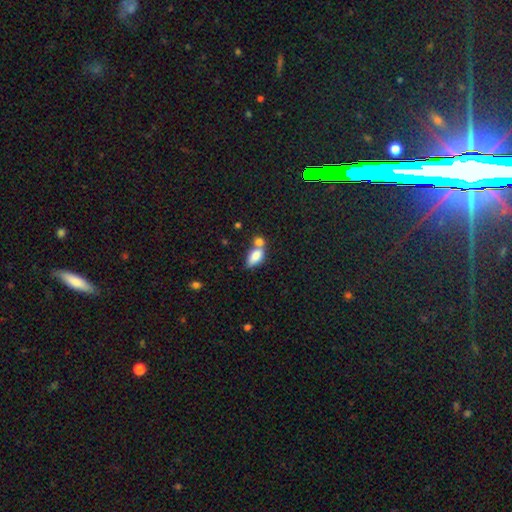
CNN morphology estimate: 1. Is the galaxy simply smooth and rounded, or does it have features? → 79% smooth, 13% featured or disk, 8% star or artifact.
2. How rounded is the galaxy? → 86% in between, 7% round, 7% cigar-shaped.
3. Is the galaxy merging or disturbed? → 54% merger, 29% none, 12% minor disturbance, 5% major disturbance.